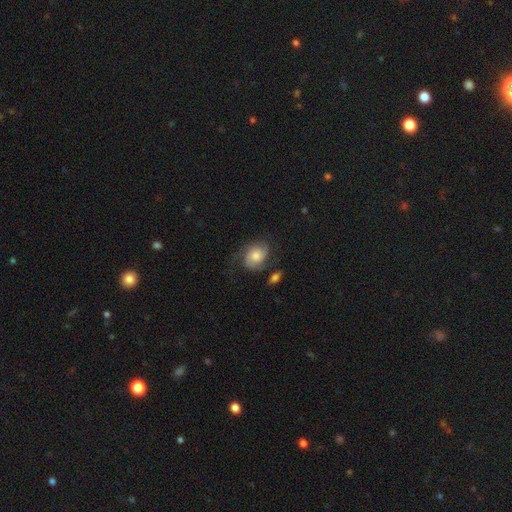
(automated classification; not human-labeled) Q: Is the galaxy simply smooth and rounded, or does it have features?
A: featured or disk — 55%.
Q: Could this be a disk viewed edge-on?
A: no — 97%.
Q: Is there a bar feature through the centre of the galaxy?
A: no — 76%.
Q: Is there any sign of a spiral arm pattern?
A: yes — 89%.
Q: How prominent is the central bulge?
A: moderate — 46%.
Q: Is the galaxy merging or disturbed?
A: none — 56%.